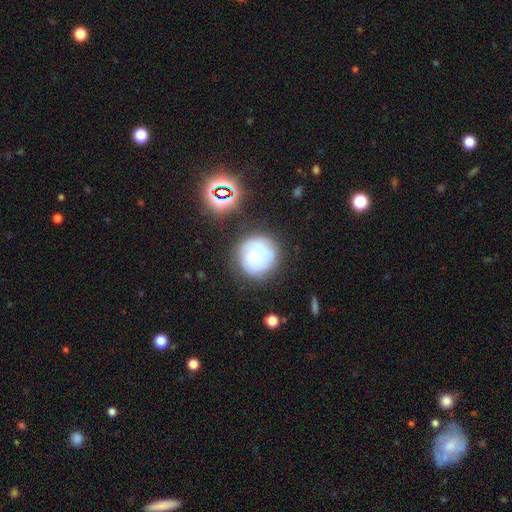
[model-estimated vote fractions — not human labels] smooth-or-featured: featured or disk: 48% | smooth: 41% | star or artifact: 11%
  merging: none: 61% | minor disturbance: 21% | major disturbance: 13% | merger: 6%